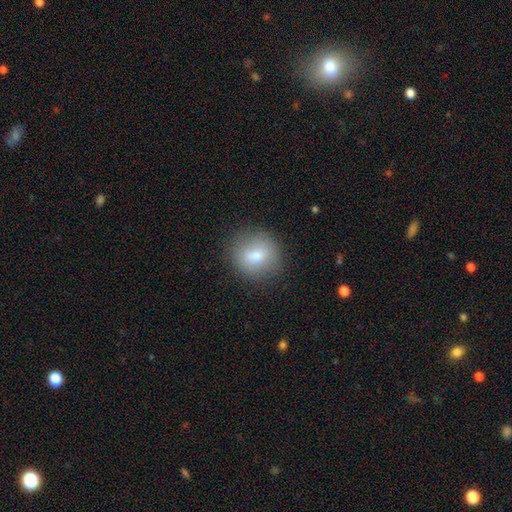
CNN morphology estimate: type=smooth (74%); roundness=round (83%); merging=none (84%).